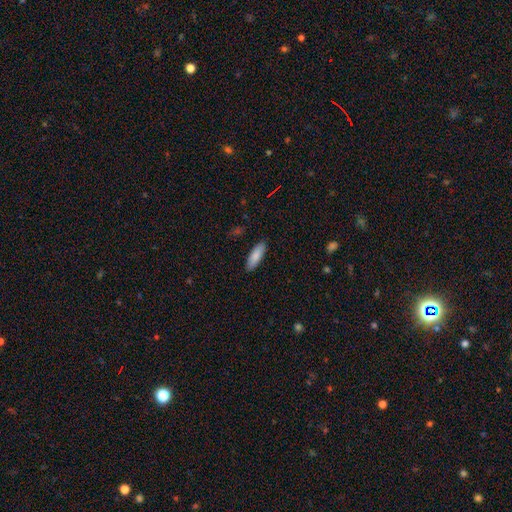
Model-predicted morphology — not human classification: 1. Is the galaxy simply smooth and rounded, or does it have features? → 86% smooth, 8% featured or disk, 6% star or artifact.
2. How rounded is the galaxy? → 55% in between, 43% cigar-shaped, 2% round.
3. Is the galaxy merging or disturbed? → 89% none, 8% minor disturbance, 2% major disturbance, 1% merger.